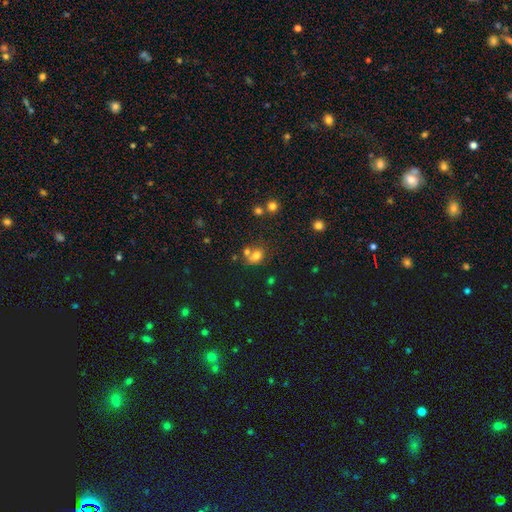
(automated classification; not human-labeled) A smooth galaxy with no disk features (70%) that is round (50%). Merging: none (43%).